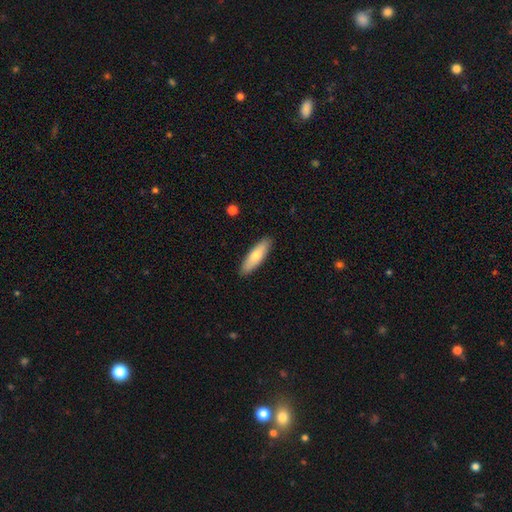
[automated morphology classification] Overall: smooth (71%). How rounded: cigar-shaped (61%; in between 38%). Merging: none (90%).